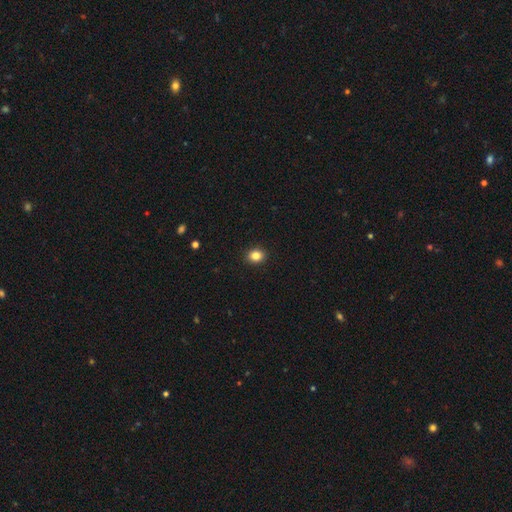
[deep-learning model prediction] Overall: smooth (84%). How rounded: round (65%; in between 34%). Merging: none (92%).